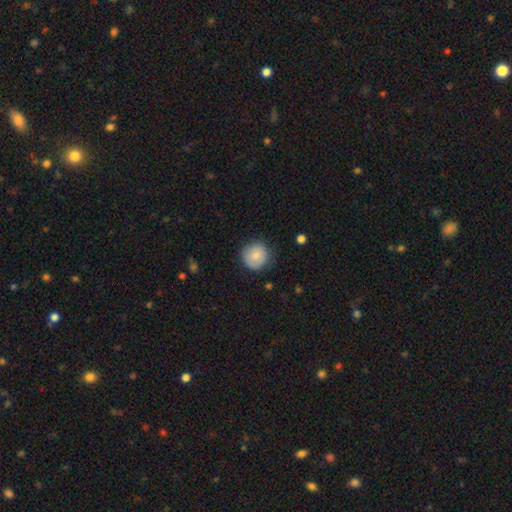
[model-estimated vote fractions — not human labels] Overall: smooth (84%). How rounded: round (93%). Merging: none (79%).